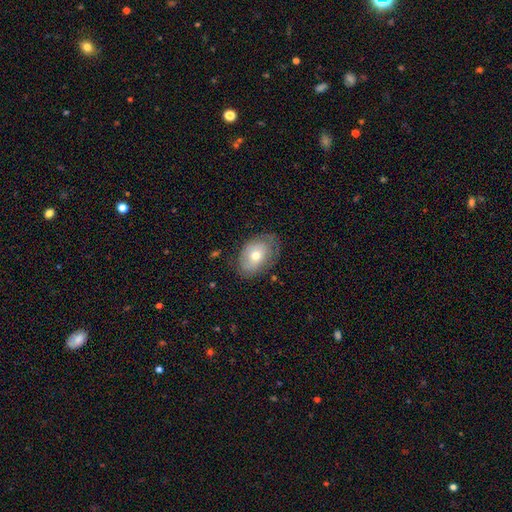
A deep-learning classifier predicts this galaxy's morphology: Smooth or featured? Predicted: smooth (p=0.56). How rounded? Predicted: in between (p=0.81). Merging? Predicted: none (p=0.64).